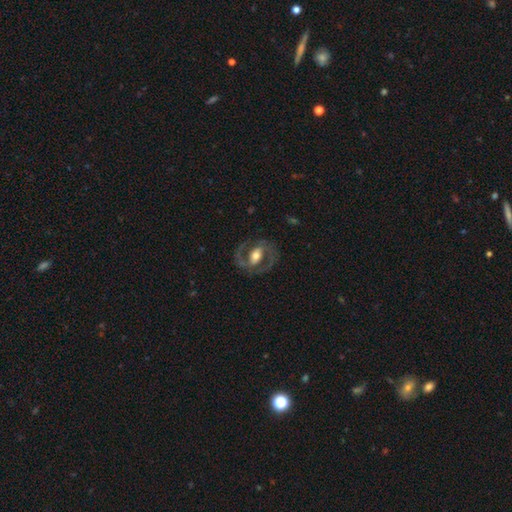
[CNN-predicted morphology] Smooth or featured? Predicted: featured or disk (p=0.79). Edge-on disk? Predicted: no (p=0.96). Bar? Predicted: weak (p=0.35, tied with strong). Spiral arms? Predicted: yes (p=0.82). Spiral winding? Predicted: medium (p=0.55). Spiral arm count? Predicted: 2 (p=0.88). Bulge size? Predicted: moderate (p=0.62). Merging? Predicted: none (p=0.77).